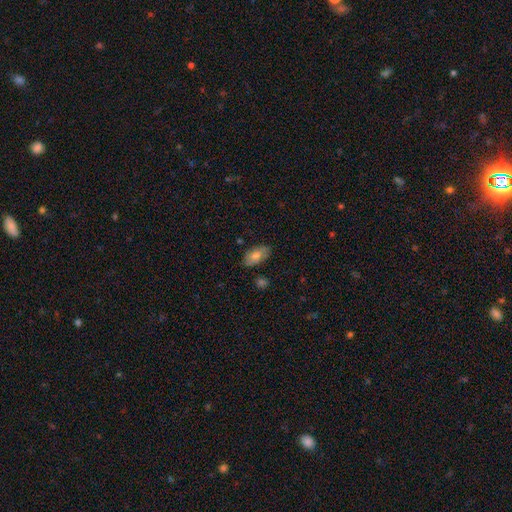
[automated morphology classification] Smooth or featured: smooth — 71% (featured or disk — 22%)
How rounded: in between — 92% (round — 5%)
Merging: none — 79% (minor disturbance — 16%)